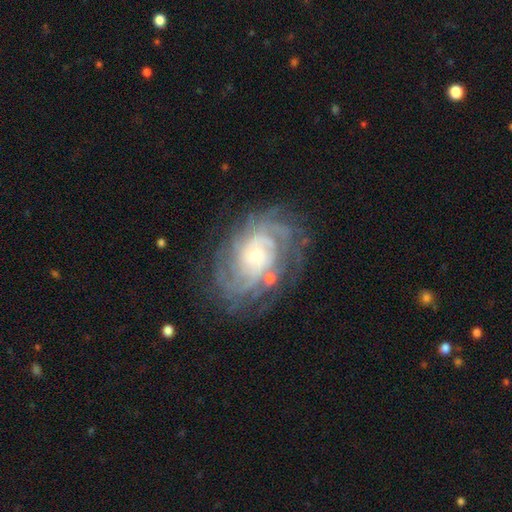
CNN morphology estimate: A featured or disk galaxy (87%) with no bar (72%), tight (73%) spiral arms (96%) and a small central bulge (65%).

Vote fractions:
- Smooth or featured? featured or disk: 87% / smooth: 7% / star or artifact: 6%
- Edge-on disk? no: 97% / yes: 3%
- Bar? no: 72% / weak: 22% / strong: 6%
- Spiral arms? yes: 96% / no: 4%
- Spiral winding? tight: 73% / medium: 22% / loose: 5%
- Spiral arm count? can't tell: 31% / 4: 20% / more than 4: 18% / 3: 13% / 2: 11% / 1: 6%
- Bulge size? small: 65% / moderate: 27% / large: 4% / none: 2% / dominant: 1%
- Merging? none: 75% / minor disturbance: 15% / major disturbance: 7% / merger: 3%